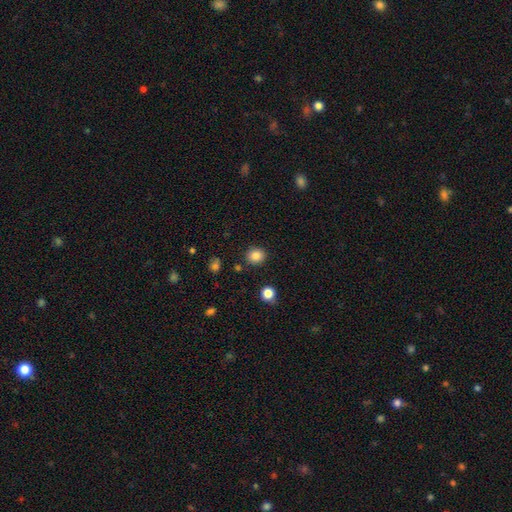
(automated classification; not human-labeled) Smooth or featured?
  - smooth: 85% *
  - star or artifact: 11%
  - featured or disk: 4%
How rounded?
  - round: 83% *
  - in between: 16%
  - cigar-shaped: 1%
Merging?
  - none: 88% *
  - minor disturbance: 7%
  - merger: 2%
  - major disturbance: 2%